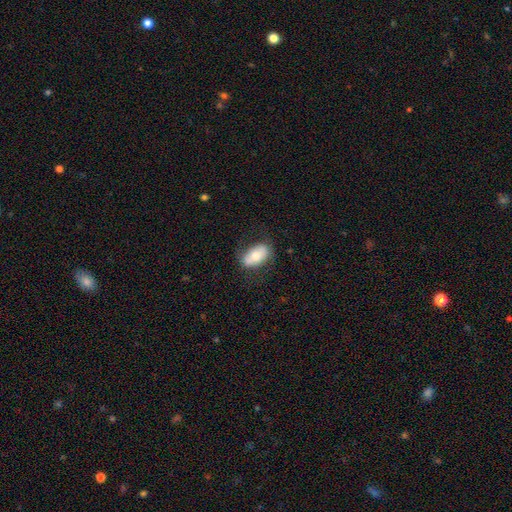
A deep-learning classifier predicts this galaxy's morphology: Smooth or featured? Predicted: smooth (p=0.65). How rounded? Predicted: in between (p=0.92). Merging? Predicted: none (p=0.72).